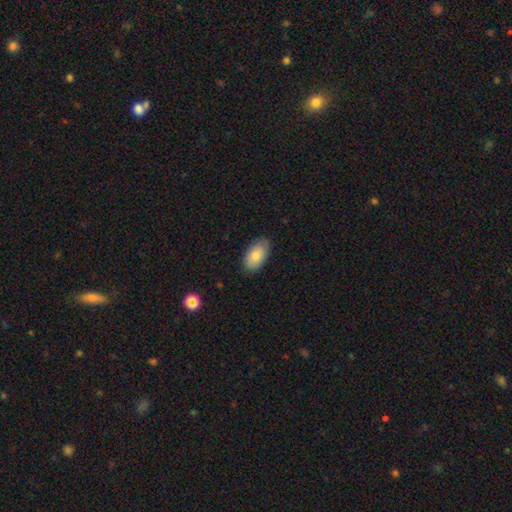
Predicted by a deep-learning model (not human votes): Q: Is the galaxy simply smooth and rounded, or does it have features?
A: smooth — 81%.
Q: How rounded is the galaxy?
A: in between — 94%.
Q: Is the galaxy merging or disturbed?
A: none — 80%.